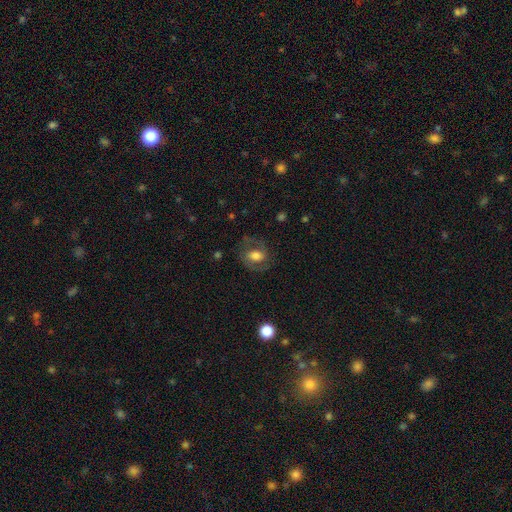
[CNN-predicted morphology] A featured or disk galaxy (47%). Merging: none (71%).